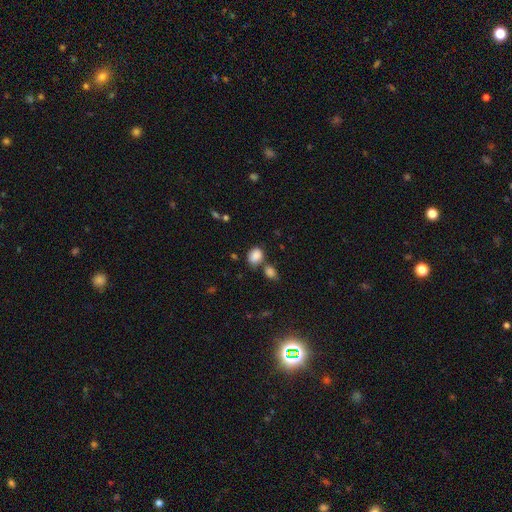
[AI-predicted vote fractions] A smooth galaxy with no disk features (86%) that is in between round and cigar-shaped (66%). Merging: none (59%).